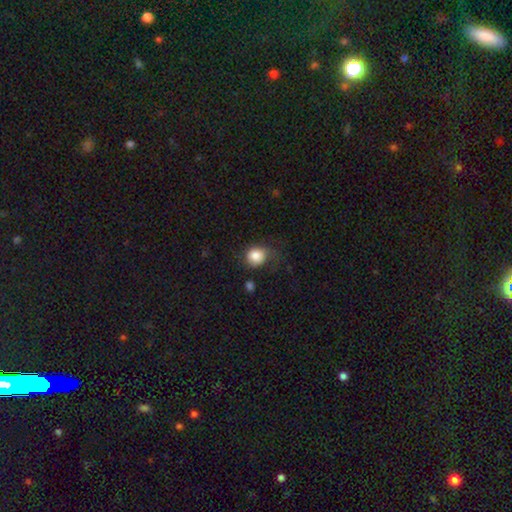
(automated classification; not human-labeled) Smooth or featured? Predicted: smooth (p=0.85). How rounded? Predicted: round (p=0.73). Merging? Predicted: none (p=0.56).